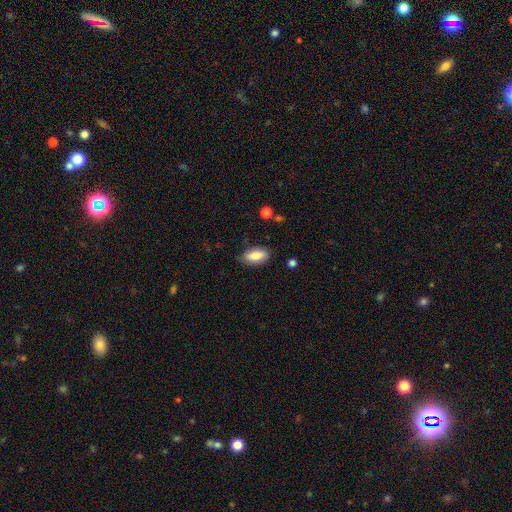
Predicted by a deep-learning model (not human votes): Morphology: type=smooth (83%); roundness=in between (89%); merging=none (82%).